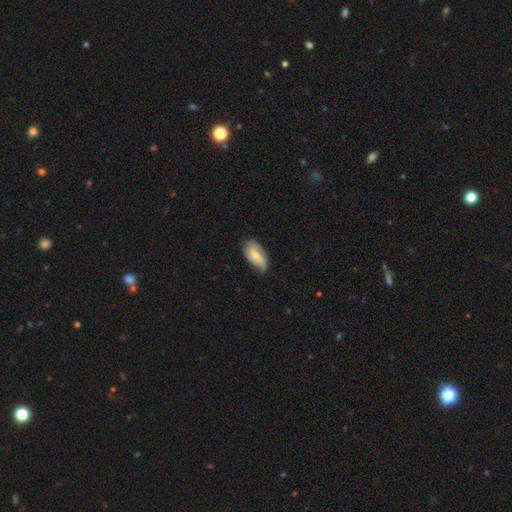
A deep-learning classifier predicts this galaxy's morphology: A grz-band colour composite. It shows a smooth galaxy with no disk features (58%) that is in between round and cigar-shaped (91%). Merging: none (60%).